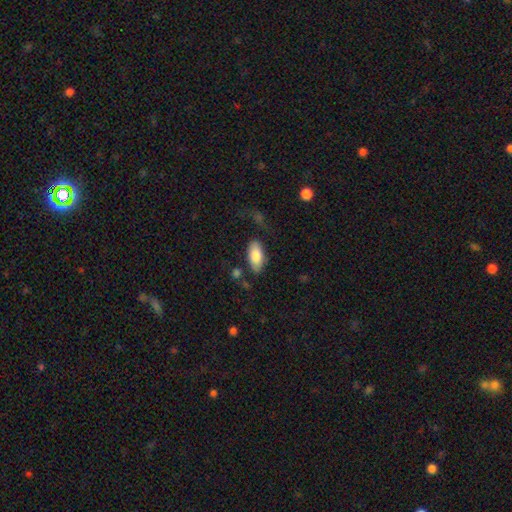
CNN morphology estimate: Smooth or featured: smooth — 81% (featured or disk — 13%)
How rounded: in between — 91% (cigar-shaped — 7%)
Merging: none — 73% (minor disturbance — 16%)